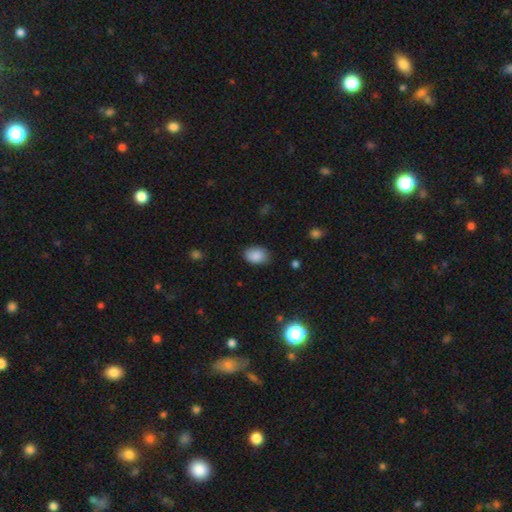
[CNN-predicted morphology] Smooth or featured? smooth (88%)
How rounded? in between (82%)
Merging? none (81%)